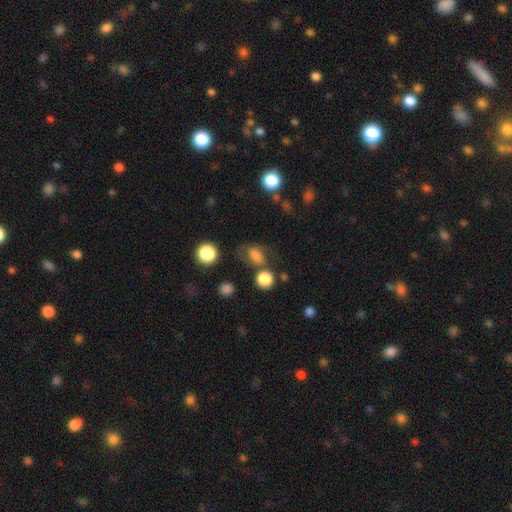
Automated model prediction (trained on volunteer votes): Smooth or featured? Predicted: smooth (p=0.68). How rounded? Predicted: in between (p=0.62). Merging? Predicted: none (p=0.52).